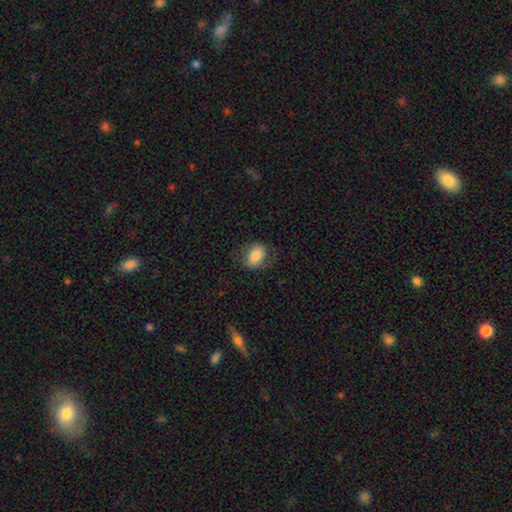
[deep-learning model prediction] smooth 72%, featured or disk 20%, star or artifact 8%. Down the decision tree: how rounded — in between (77%); merging — none (67%).